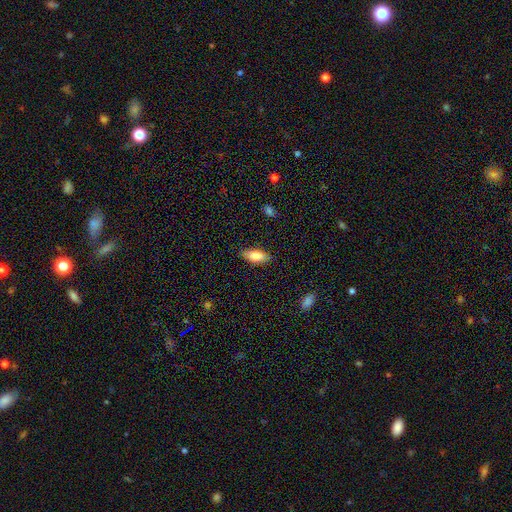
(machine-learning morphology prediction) Overall: smooth (81%). How rounded: in between (79%). Merging: none (86%).